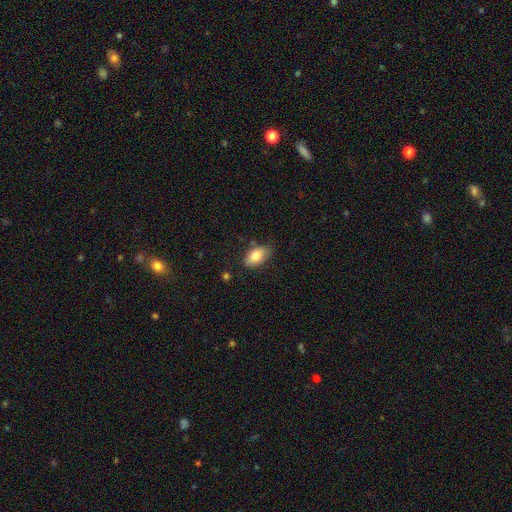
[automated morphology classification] This is likely a smooth galaxy (79%). How rounded: clearly in between (91%). Merging: likely none (73%).